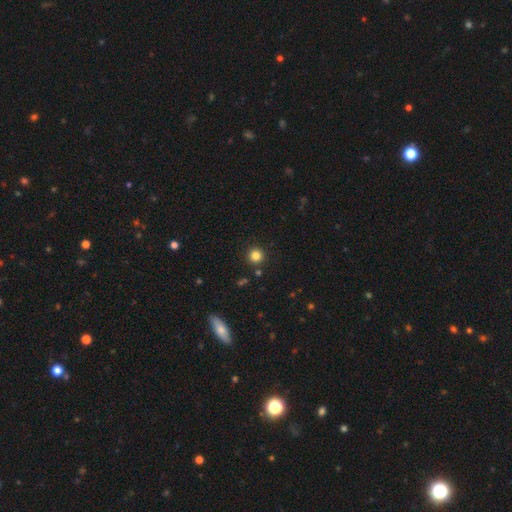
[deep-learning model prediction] Smooth or featured?
  - smooth: 83% *
  - star or artifact: 12%
  - featured or disk: 5%
How rounded?
  - round: 95% *
  - in between: 4%
  - cigar-shaped: 1%
Merging?
  - none: 90% *
  - minor disturbance: 5%
  - merger: 3%
  - major disturbance: 2%